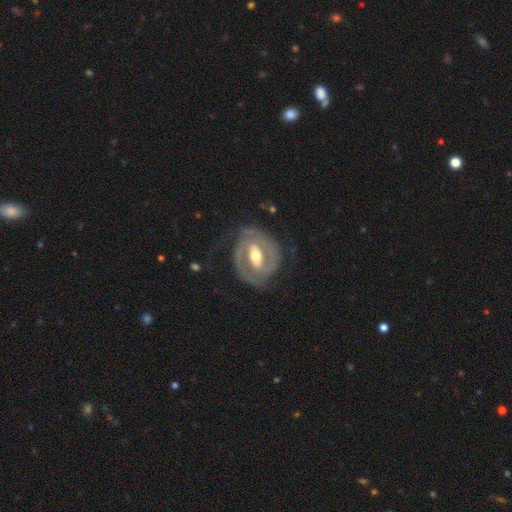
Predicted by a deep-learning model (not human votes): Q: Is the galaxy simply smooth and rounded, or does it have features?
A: featured or disk — 83%.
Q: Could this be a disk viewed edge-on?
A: no — 95%.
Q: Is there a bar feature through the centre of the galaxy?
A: strong — 49%.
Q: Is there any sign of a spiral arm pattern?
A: yes — 76%.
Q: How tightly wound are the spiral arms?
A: tight — 55%.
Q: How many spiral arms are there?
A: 2 — 70%.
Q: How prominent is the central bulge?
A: moderate — 69%.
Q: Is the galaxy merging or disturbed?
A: none — 68%.